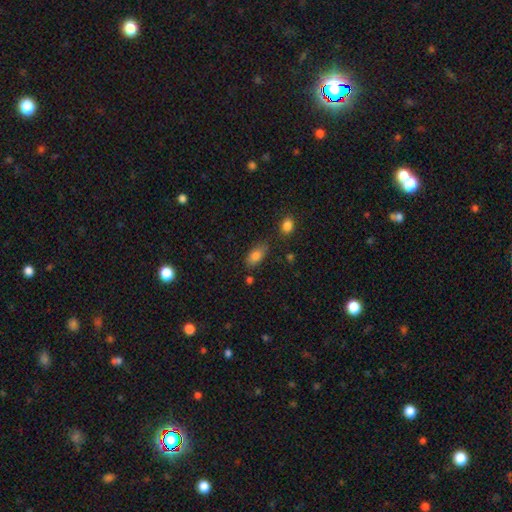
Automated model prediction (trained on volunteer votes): The model was most divided on "merging": none: 74%, minor disturbance: 17%, merger: 5%, major disturbance: 4%. More confident: how rounded — in between (89%); smooth or featured — smooth (81%).